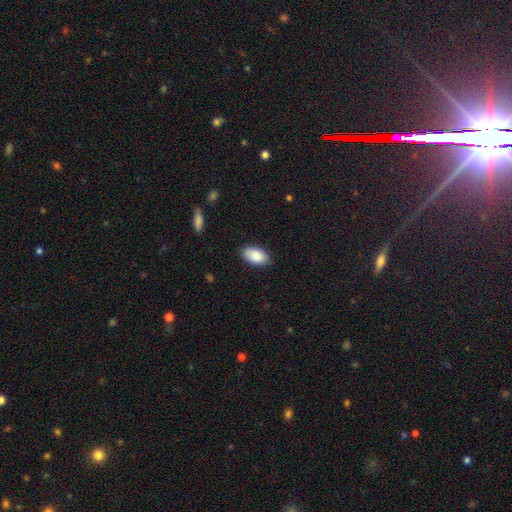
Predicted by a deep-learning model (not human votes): A smooth galaxy with no disk features (87%) that is in between round and cigar-shaped (95%).

Vote fractions:
- Smooth or featured? smooth: 87% / featured or disk: 7% / star or artifact: 6%
- How rounded? in between: 95% / round: 3% / cigar-shaped: 2%
- Merging? none: 84% / minor disturbance: 12% / major disturbance: 2% / merger: 1%